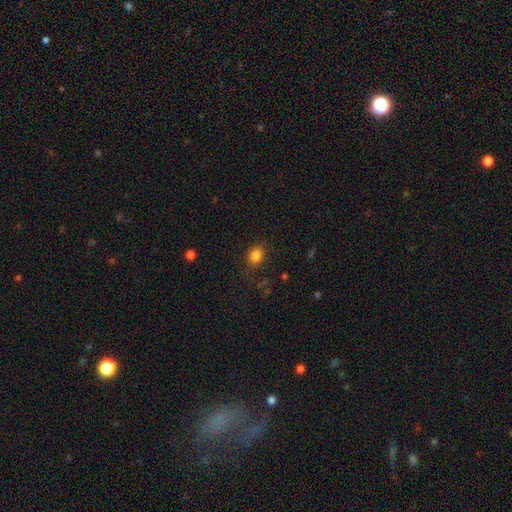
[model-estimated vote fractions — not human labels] smooth-or-featured: smooth: 83% | star or artifact: 12% | featured or disk: 5%
  how-rounded: in between: 52% | round: 47% | cigar-shaped: 1%
  merging: none: 83% | minor disturbance: 12% | major disturbance: 4% | merger: 1%